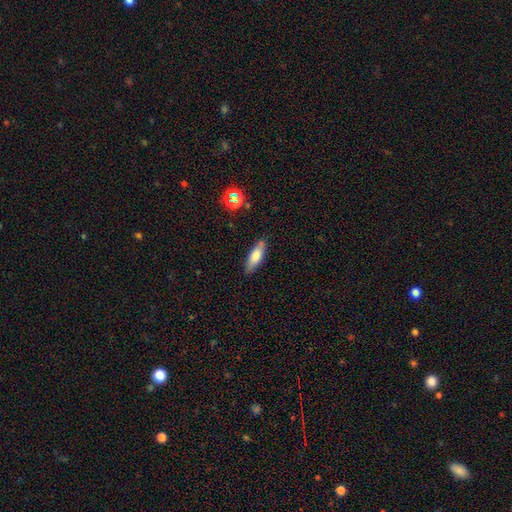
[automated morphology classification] type=smooth (73%); roundness=in between (54%); merging=none (81%).